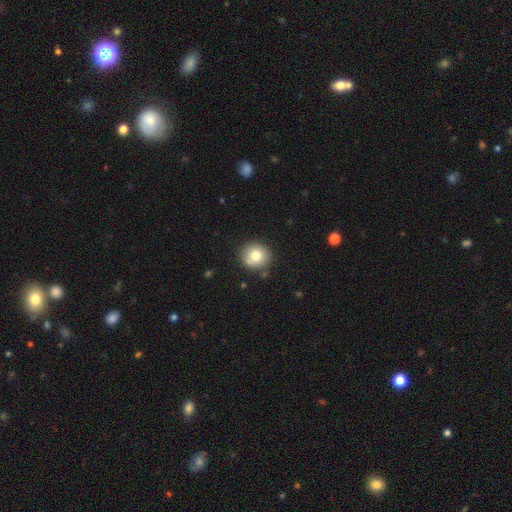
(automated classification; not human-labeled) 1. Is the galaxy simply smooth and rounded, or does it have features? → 78% smooth, 12% featured or disk, 10% star or artifact.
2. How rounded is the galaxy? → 90% round, 9% in between, 1% cigar-shaped.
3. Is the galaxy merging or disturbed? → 81% none, 12% minor disturbance, 5% merger, 3% major disturbance.